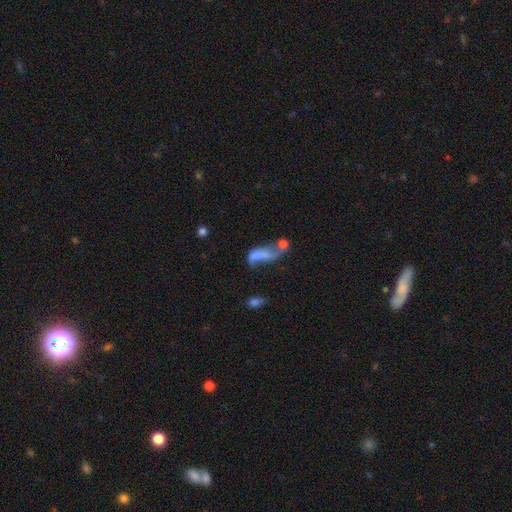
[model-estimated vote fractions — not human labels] Smooth or featured: featured or disk — 46% (smooth — 41%)
Merging: merger — 41% (major disturbance — 25%)